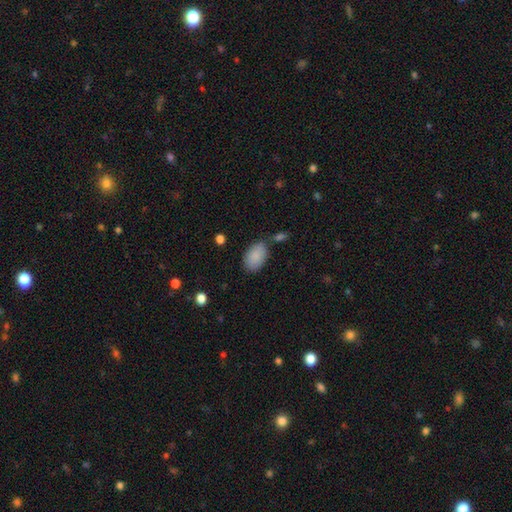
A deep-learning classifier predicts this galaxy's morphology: smooth 88%, star or artifact 6%, featured or disk 5%. Down the decision tree: how rounded — in between (92%); merging — none (72%).